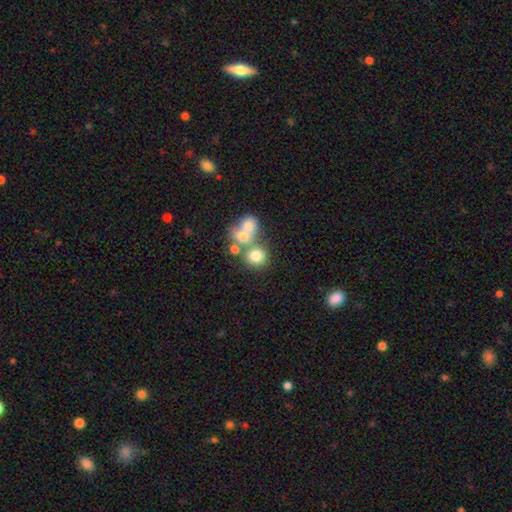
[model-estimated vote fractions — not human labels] Morphology: type=smooth (73%); roundness=round (78%); merging=none (46%).